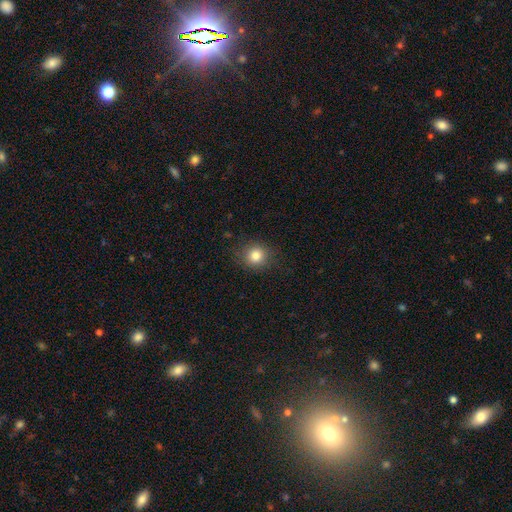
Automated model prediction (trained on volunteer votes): The model was most divided on "smooth or featured": smooth: 82%, star or artifact: 11%, featured or disk: 6%. More confident: merging — none (86%); how rounded — round (86%).